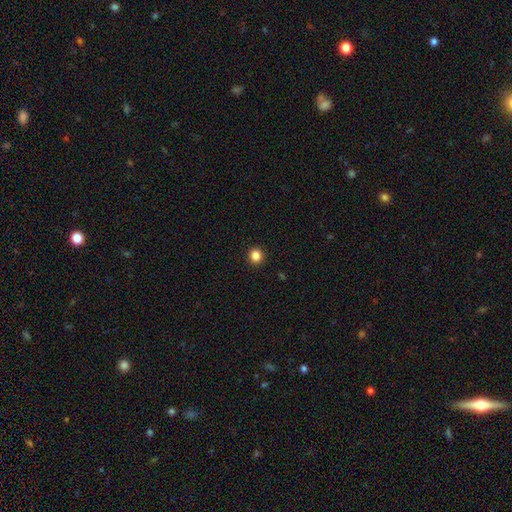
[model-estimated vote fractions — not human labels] smooth 85%, star or artifact 11%, featured or disk 3%. Down the decision tree: how rounded — round (91%); merging — none (93%).